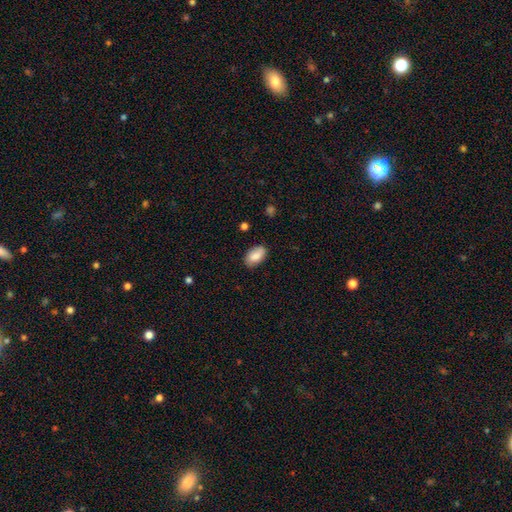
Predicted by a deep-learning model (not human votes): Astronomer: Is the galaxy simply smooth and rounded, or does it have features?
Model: smooth — 84%.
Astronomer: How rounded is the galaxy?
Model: in between — 94%.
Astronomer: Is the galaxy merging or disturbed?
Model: none — 84%.